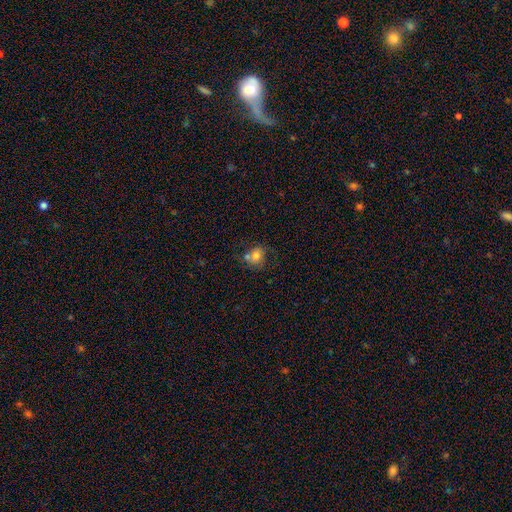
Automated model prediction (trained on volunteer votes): smooth_or_featured: smooth (p=0.73) [alt: featured or disk p=0.15]
how_rounded: round (p=0.72) [alt: in between p=0.27]
merging: none (p=0.48) [alt: merger p=0.31]